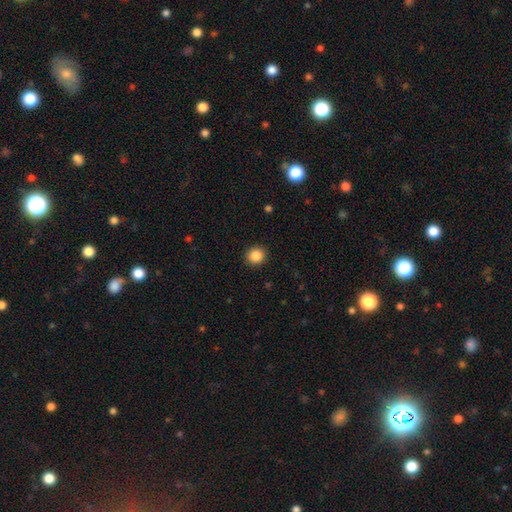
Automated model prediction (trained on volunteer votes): The model was most divided on "smooth or featured": smooth: 87%, star or artifact: 10%, featured or disk: 3%. More confident: merging — none (92%); how rounded — round (91%).